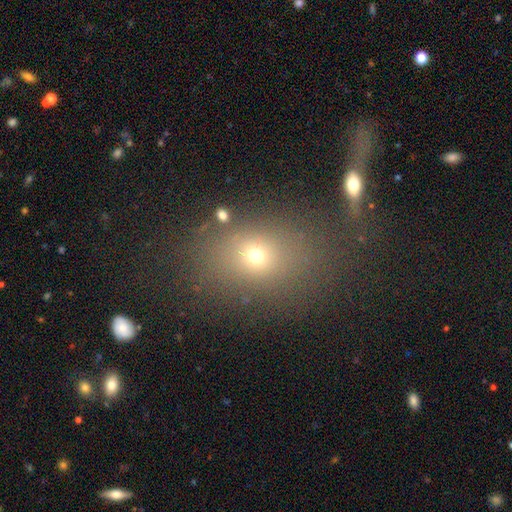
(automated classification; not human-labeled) smooth 64%, star or artifact 21%, featured or disk 15%. Down the decision tree: how rounded — in between (59%); merging — none (73%).